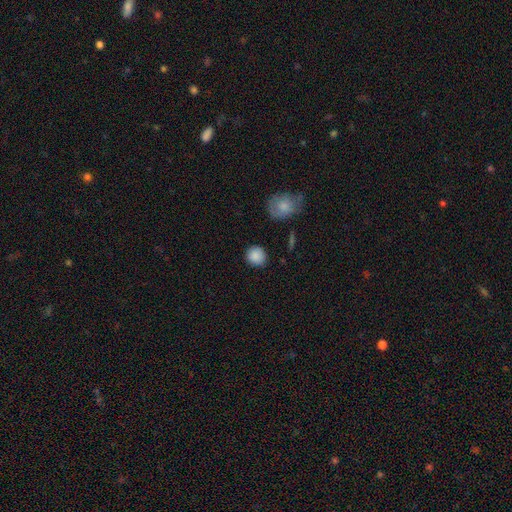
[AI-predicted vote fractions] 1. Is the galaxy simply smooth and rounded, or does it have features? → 87% smooth, 8% star or artifact, 5% featured or disk.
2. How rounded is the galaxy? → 88% round, 11% in between, 1% cigar-shaped.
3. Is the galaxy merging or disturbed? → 86% none, 10% minor disturbance, 3% major disturbance, 2% merger.